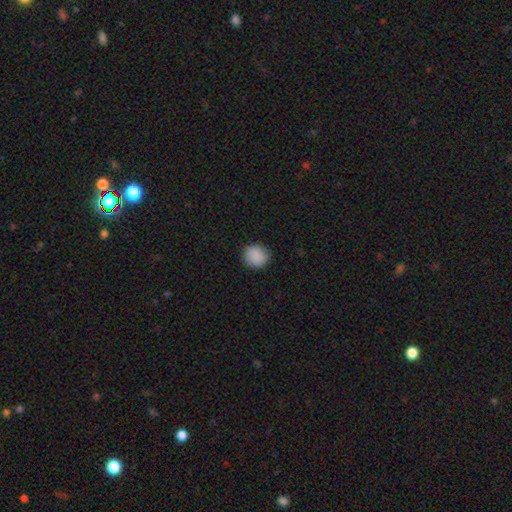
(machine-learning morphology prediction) smooth_or_featured: smooth (p=0.89) [alt: star or artifact p=0.08]
how_rounded: round (p=0.88) [alt: in between p=0.11]
merging: none (p=0.89) [alt: minor disturbance p=0.08]